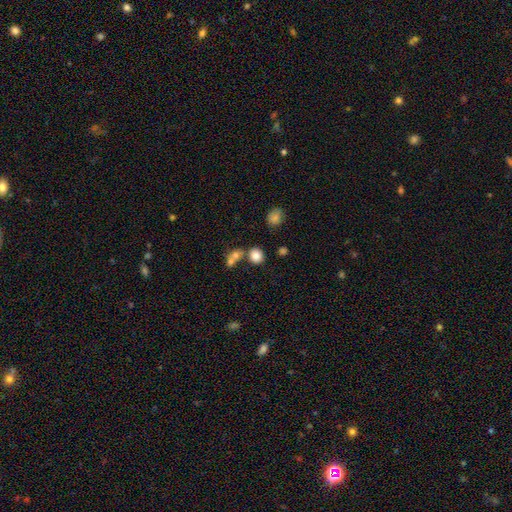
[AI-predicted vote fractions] Smooth or featured: smooth — 80% (star or artifact — 12%)
How rounded: round — 75% (in between — 24%)
Merging: none — 60% (merger — 26%)